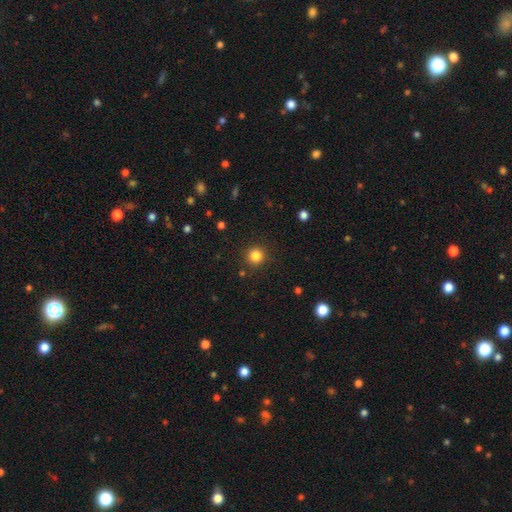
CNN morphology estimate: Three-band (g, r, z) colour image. It shows a smooth galaxy with no disk features (83%) that is round (94%). Merging: none (90%).